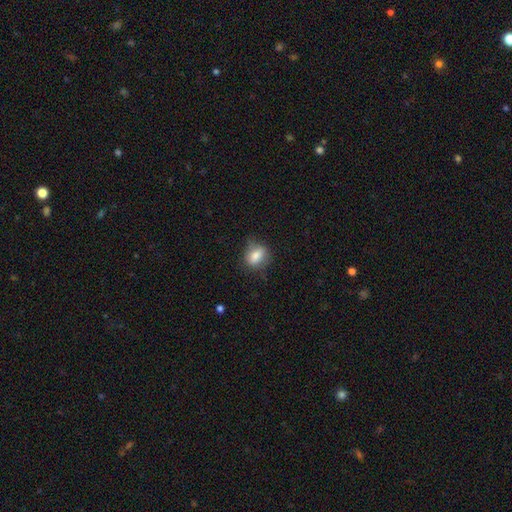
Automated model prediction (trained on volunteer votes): smooth-or-featured: smooth: 79% | featured or disk: 13% | star or artifact: 8%
  how-rounded: in between: 64% | round: 33% | cigar-shaped: 3%
  merging: none: 66% | minor disturbance: 25% | major disturbance: 7% | merger: 2%